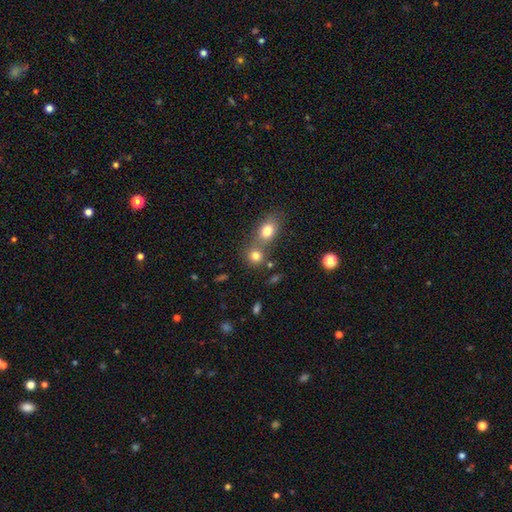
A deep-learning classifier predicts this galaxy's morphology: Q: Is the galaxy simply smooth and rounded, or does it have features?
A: smooth — 79%.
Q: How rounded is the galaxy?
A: round — 76%.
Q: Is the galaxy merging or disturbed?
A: none — 48%.